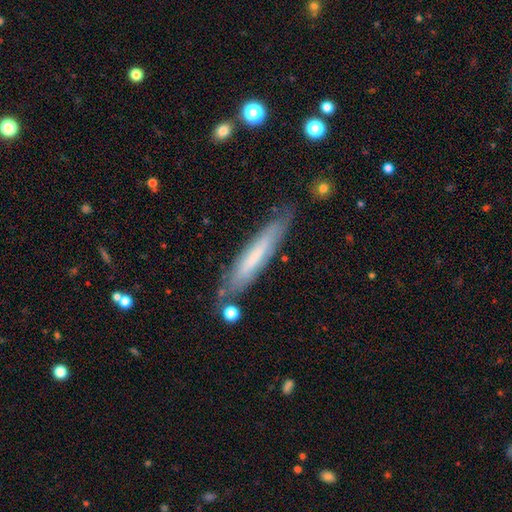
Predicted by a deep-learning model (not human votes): smooth 53%, featured or disk 41%, star or artifact 6%. Down the decision tree: how rounded — cigar-shaped (90%); merging — none (79%).